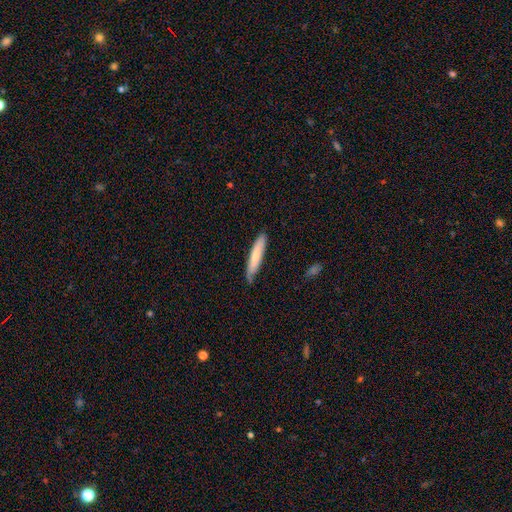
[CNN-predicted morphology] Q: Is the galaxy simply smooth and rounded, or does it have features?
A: smooth — 68%.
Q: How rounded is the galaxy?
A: cigar-shaped — 89%.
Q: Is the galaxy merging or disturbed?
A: none — 78%.